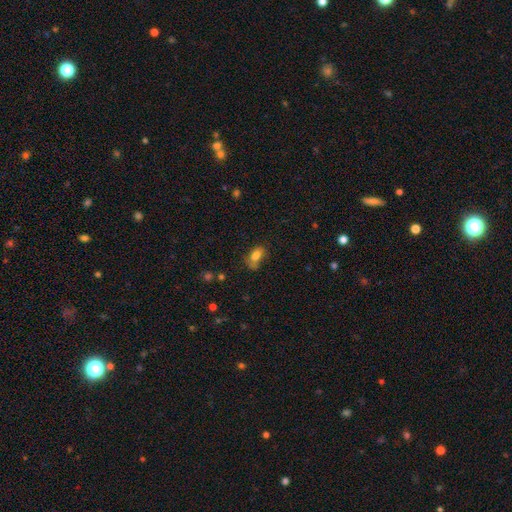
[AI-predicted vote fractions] Smooth or featured: smooth — 78% (featured or disk — 12%)
How rounded: in between — 84% (round — 13%)
Merging: none — 45% (minor disturbance — 30%)